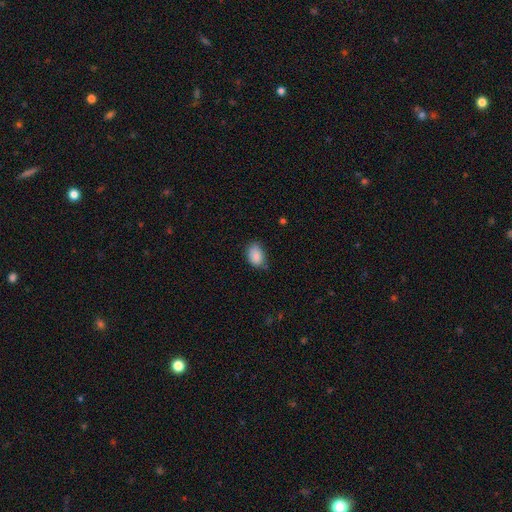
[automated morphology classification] The model was most divided on "merging": none: 65%, minor disturbance: 29%, major disturbance: 5%, merger: 2%. More confident: smooth or featured — smooth (88%); how rounded — in between (84%).